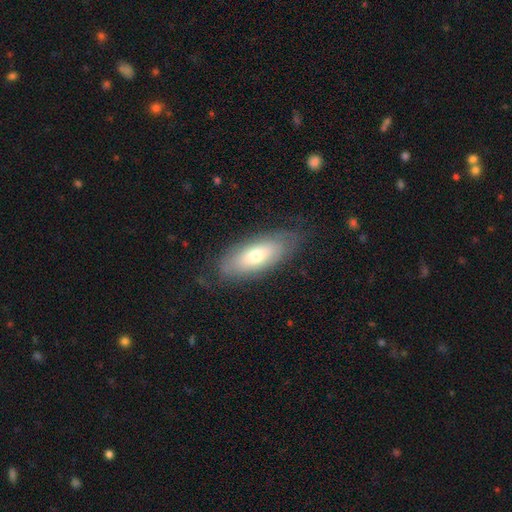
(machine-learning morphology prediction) This is possibly a smooth galaxy (59%). How rounded: clearly in between (80%). Merging: likely none (78%).